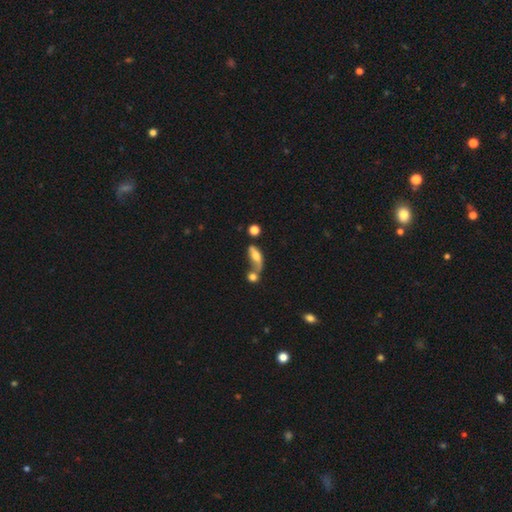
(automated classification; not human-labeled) Smooth or featured? smooth (56%)
How rounded? in between (64%)
Merging? merger (45%)